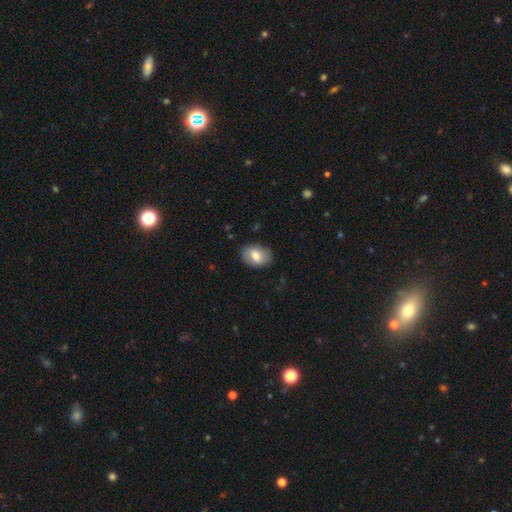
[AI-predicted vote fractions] Smooth or featured? Predicted: smooth (p=0.72). How rounded? Predicted: in between (p=0.77). Merging? Predicted: none (p=0.82).